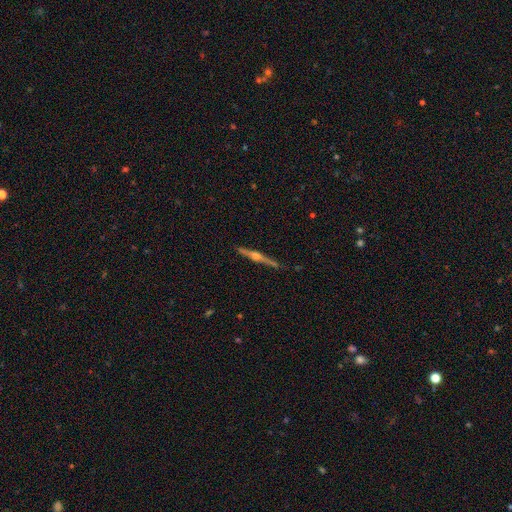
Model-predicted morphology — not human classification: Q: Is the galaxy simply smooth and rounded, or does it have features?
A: featured or disk — 84%.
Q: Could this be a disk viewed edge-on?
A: yes — 98%.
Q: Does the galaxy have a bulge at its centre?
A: rounded — 87%.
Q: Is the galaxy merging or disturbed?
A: none — 90%.